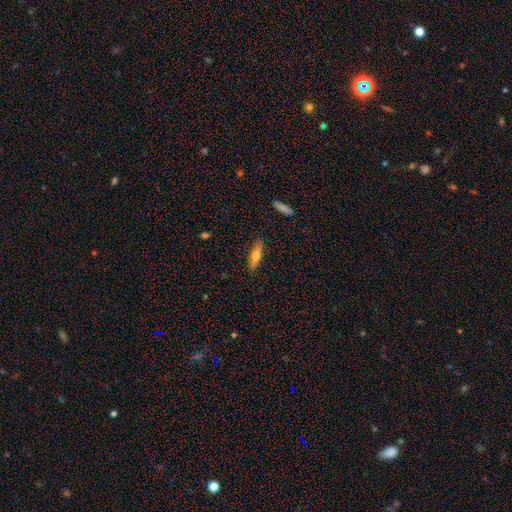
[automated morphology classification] Smooth or featured?
  - smooth: 60% *
  - featured or disk: 33%
  - star or artifact: 7%
How rounded?
  - cigar-shaped: 70% *
  - in between: 28%
  - round: 2%
Merging?
  - none: 87% *
  - minor disturbance: 9%
  - major disturbance: 2%
  - merger: 1%